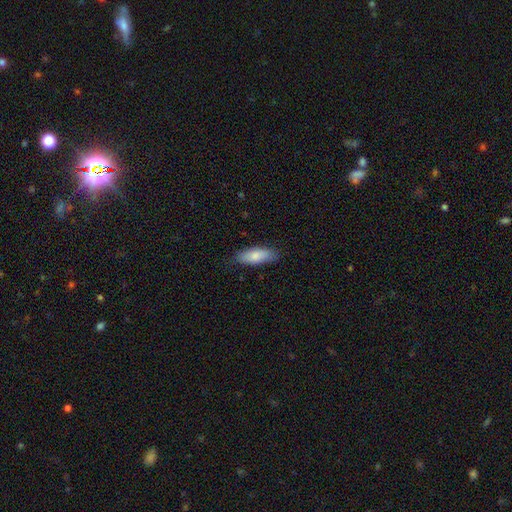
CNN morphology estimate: The model was most divided on "how rounded": in between: 71%, cigar-shaped: 28%, round: 2%. More confident: smooth or featured — smooth (83%); merging — none (82%).